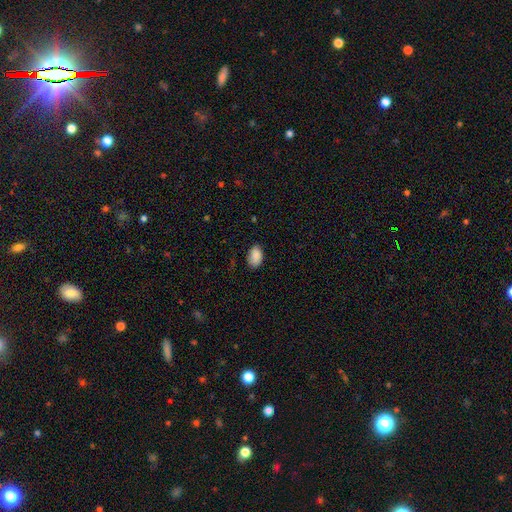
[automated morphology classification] smooth_or_featured: smooth (p=0.89) [alt: star or artifact p=0.07]
how_rounded: in between (p=0.90) [alt: round p=0.09]
merging: none (p=0.78) [alt: minor disturbance p=0.17]